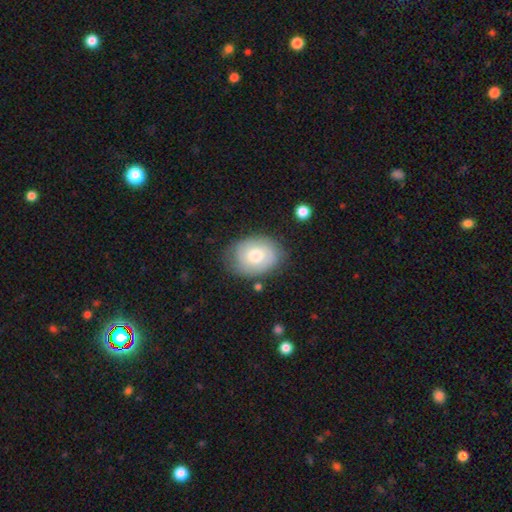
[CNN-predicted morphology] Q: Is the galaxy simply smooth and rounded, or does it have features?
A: smooth — 57%.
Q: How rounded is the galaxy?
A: in between — 62%.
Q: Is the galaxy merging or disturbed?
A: none — 71%.